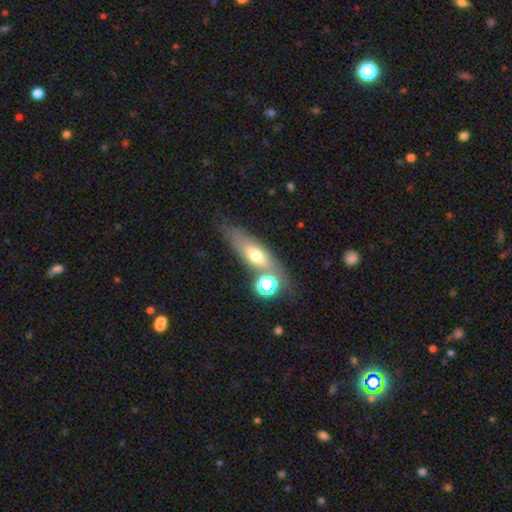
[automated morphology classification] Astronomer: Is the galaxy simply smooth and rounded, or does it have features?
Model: smooth — 56%.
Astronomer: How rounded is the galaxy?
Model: in between — 54% (runner-up: cigar-shaped, 38%).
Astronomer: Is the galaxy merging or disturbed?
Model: none — 57%.